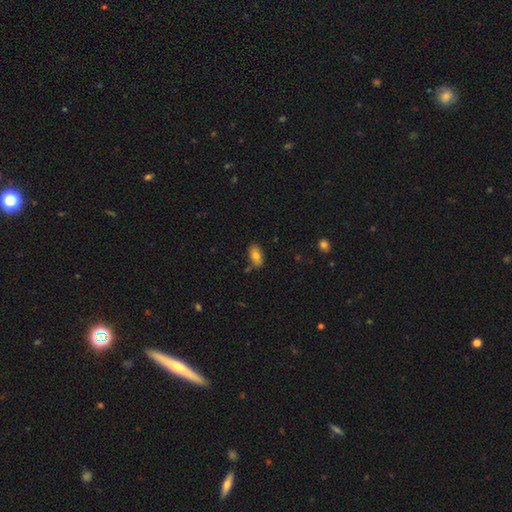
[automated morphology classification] Overall: smooth (81%). How rounded: in between (91%). Merging: none (79%).